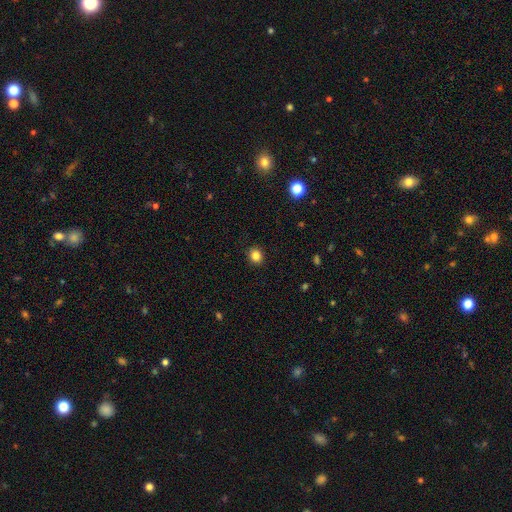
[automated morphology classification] Smooth or featured?
  - smooth: 84% *
  - star or artifact: 11%
  - featured or disk: 4%
How rounded?
  - round: 76% *
  - in between: 23%
  - cigar-shaped: 1%
Merging?
  - none: 91% *
  - minor disturbance: 7%
  - major disturbance: 2%
  - merger: 1%